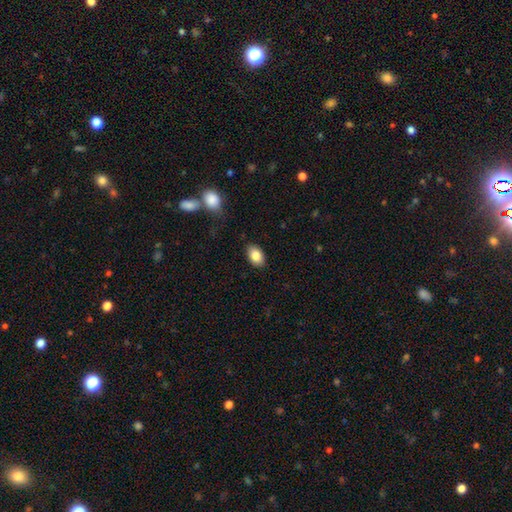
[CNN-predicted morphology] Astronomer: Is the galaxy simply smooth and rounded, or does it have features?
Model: smooth — 84%.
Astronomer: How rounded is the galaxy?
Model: in between — 88%.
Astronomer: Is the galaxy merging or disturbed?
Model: none — 87%.